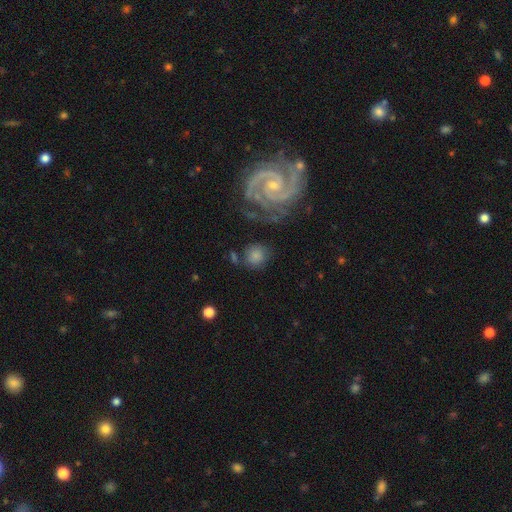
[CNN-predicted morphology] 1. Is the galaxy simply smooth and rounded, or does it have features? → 62% smooth, 27% featured or disk, 11% star or artifact.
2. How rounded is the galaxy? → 83% round, 15% in between, 1% cigar-shaped.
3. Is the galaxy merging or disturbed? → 68% none, 15% minor disturbance, 8% major disturbance, 8% merger.